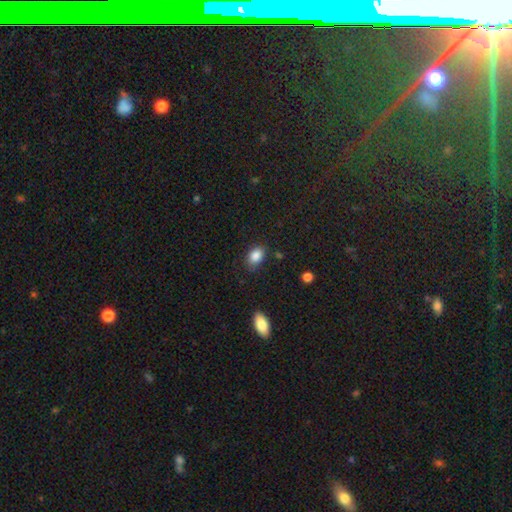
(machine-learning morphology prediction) smooth 86%, star or artifact 9%, featured or disk 5%. Down the decision tree: how rounded — in between (82%); merging — none (81%).